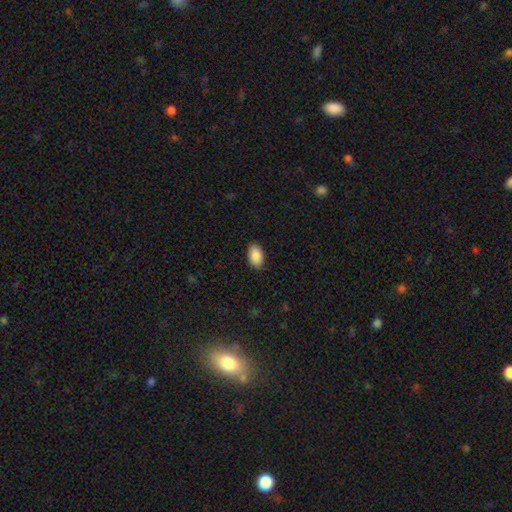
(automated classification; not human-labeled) Smooth or featured: smooth — 90% (star or artifact — 7%)
How rounded: in between — 93% (round — 6%)
Merging: none — 86% (minor disturbance — 10%)